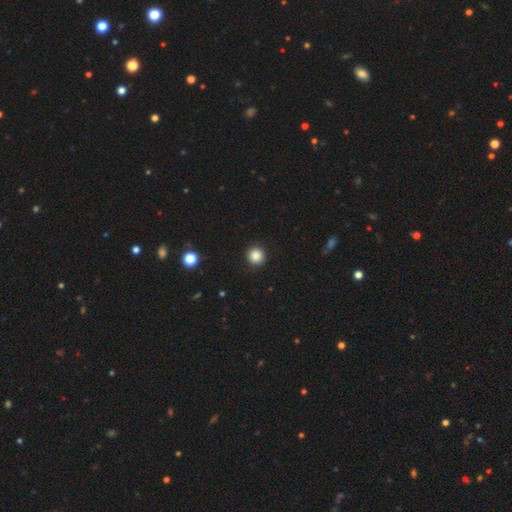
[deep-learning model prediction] Smooth or featured: smooth — 86% (star or artifact — 11%)
How rounded: round — 95% (in between — 4%)
Merging: none — 92% (minor disturbance — 5%)